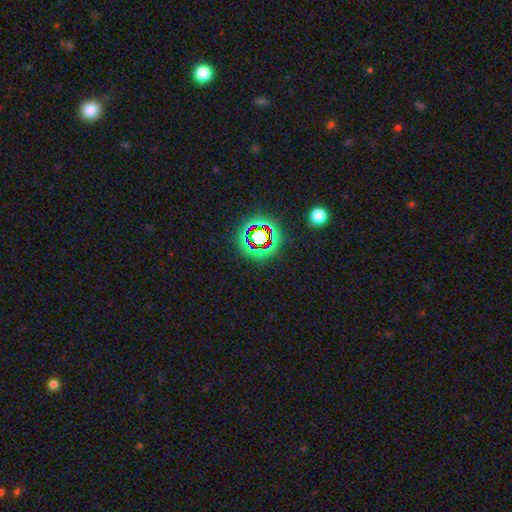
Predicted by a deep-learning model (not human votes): smooth_or_featured: star or artifact (p=0.68) [alt: smooth p=0.18]